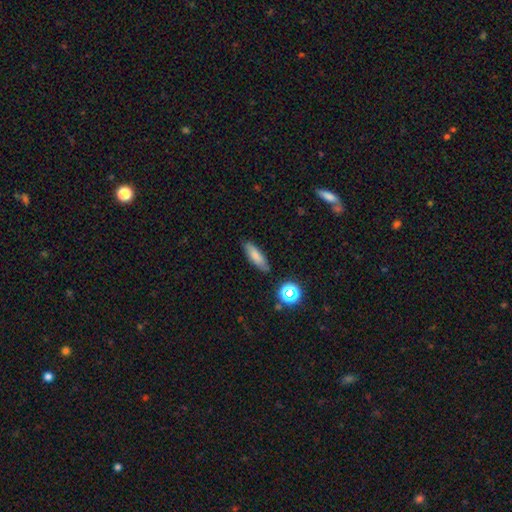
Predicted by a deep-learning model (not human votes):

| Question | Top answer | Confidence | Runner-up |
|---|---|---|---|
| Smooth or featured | smooth | 79% | featured or disk (11%) |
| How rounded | cigar-shaped | 53% | in between (44%) |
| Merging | none | 83% | minor disturbance (12%) |